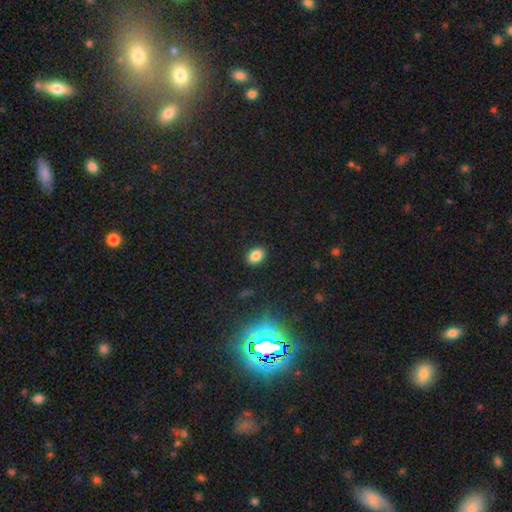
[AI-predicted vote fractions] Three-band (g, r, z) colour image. It shows a smooth galaxy with no disk features (83%) that is in between round and cigar-shaped (74%). Merging: none (89%).